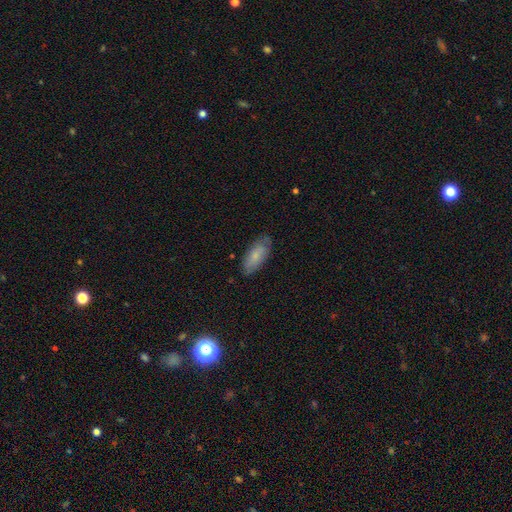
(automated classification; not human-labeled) A smooth galaxy with no disk features (71%) that is in between round and cigar-shaped (84%). Merging: none (76%).